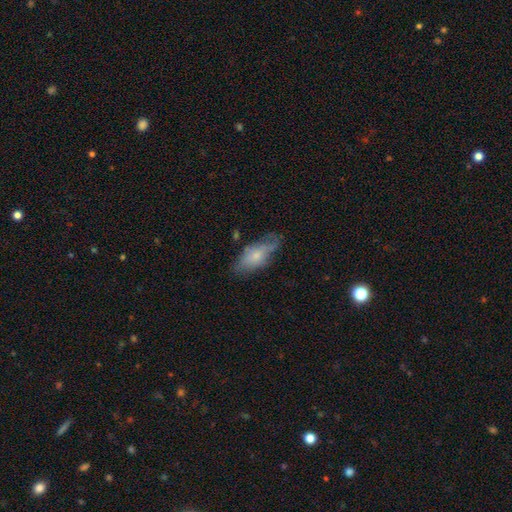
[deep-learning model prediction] A smooth galaxy with no disk features (60%) that is in between round and cigar-shaped (80%).

Vote fractions:
- Smooth or featured? smooth: 60% / featured or disk: 33% / star or artifact: 7%
- How rounded? in between: 80% / cigar-shaped: 17% / round: 3%
- Merging? none: 55% / minor disturbance: 30% / major disturbance: 12% / merger: 3%